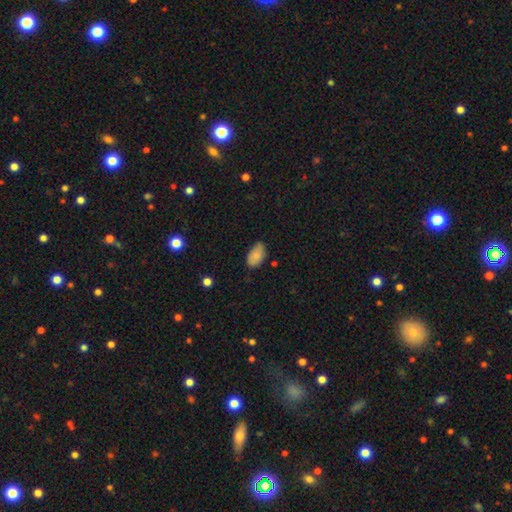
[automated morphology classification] smooth-or-featured: smooth: 81% | featured or disk: 11% | star or artifact: 7%
  how-rounded: in between: 94% | round: 5% | cigar-shaped: 2%
  merging: none: 70% | minor disturbance: 25% | major disturbance: 3% | merger: 2%